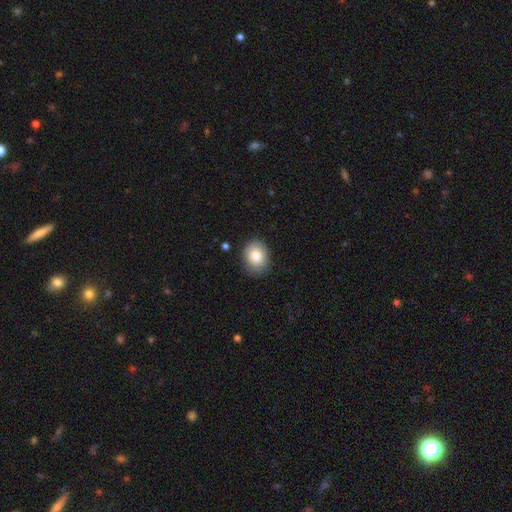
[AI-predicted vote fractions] Smooth or featured? smooth (83%)
How rounded? in between (55%)
Merging? none (83%)